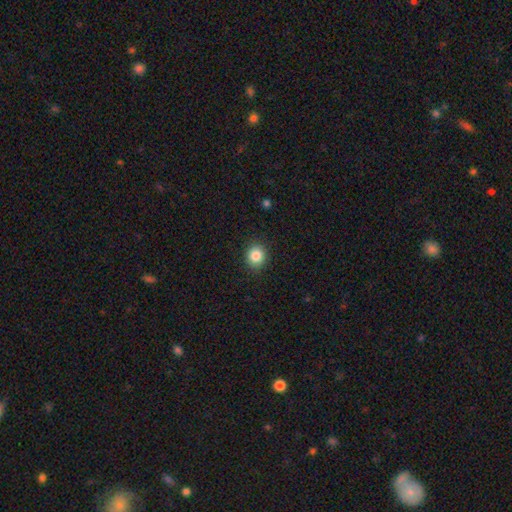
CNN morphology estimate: A smooth galaxy with no disk features (85%) that is round (82%).

Vote fractions:
- Smooth or featured? smooth: 85% / star or artifact: 10% / featured or disk: 4%
- How rounded? round: 82% / in between: 17% / cigar-shaped: 1%
- Merging? none: 90% / minor disturbance: 7% / major disturbance: 2% / merger: 1%